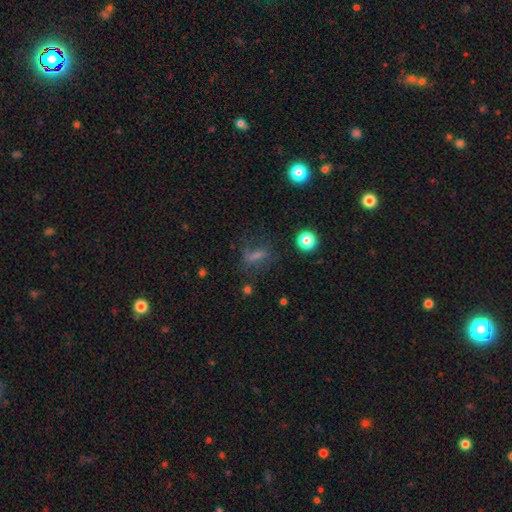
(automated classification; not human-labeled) This is possibly a smooth galaxy (51%). How rounded: marginally in between (44%). Merging: likely none (63%).